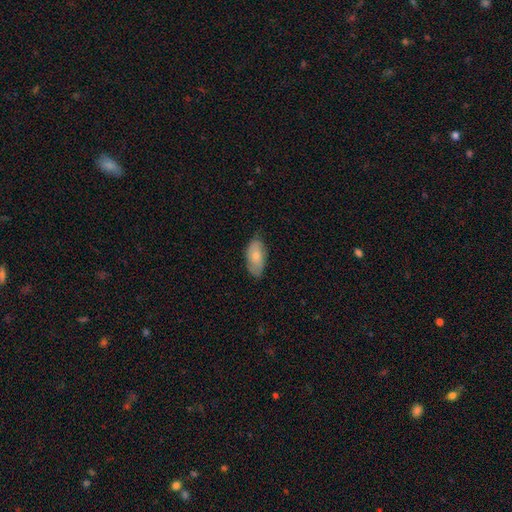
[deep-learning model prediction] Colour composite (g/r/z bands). It shows a smooth galaxy with no disk features (74%) that is in between round and cigar-shaped (92%). Merging: none (74%).